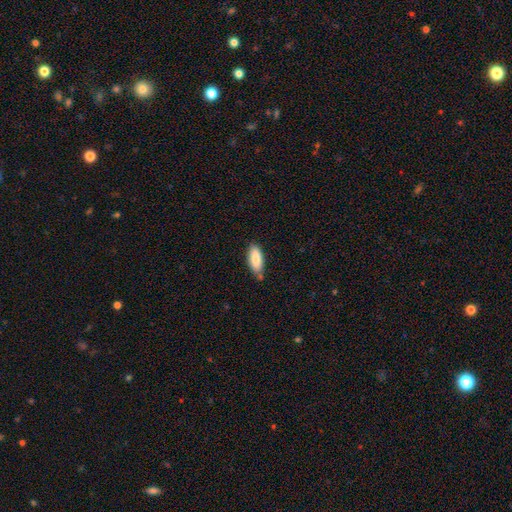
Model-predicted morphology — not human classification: This is clearly a smooth galaxy (85%). How rounded: likely in between (79%). Merging: likely none (74%).